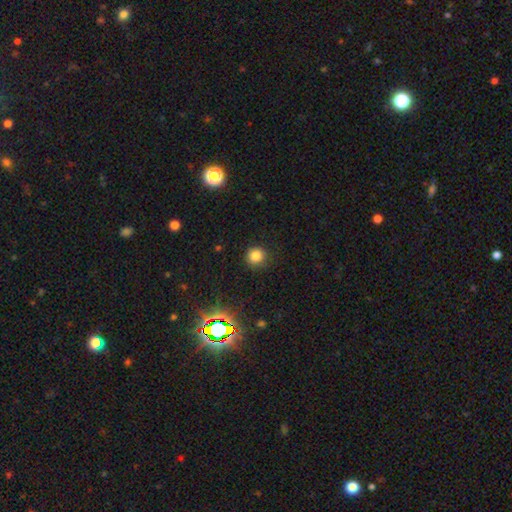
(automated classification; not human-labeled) Overall: smooth (80%). How rounded: round (92%). Merging: none (86%).